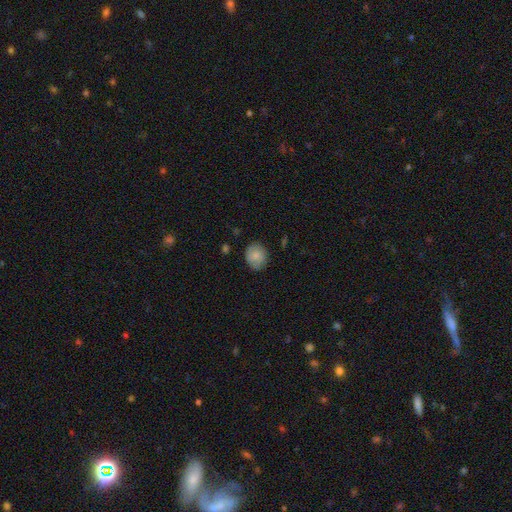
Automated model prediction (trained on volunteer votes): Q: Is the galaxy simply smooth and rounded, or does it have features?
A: smooth — 84%.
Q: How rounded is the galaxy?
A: round — 68%.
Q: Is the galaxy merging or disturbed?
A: none — 79%.